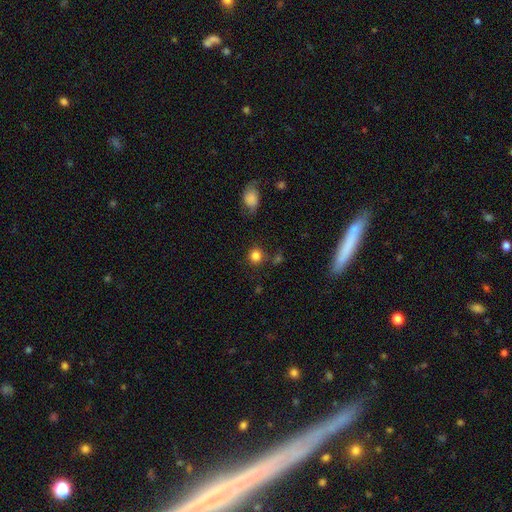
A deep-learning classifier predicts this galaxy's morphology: Overall: smooth (84%). How rounded: round (89%). Merging: none (79%).